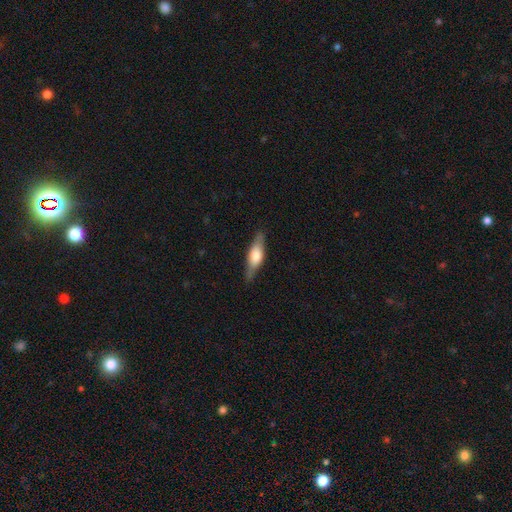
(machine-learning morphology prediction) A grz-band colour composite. It shows a smooth galaxy with no disk features (48%). Merging: none (82%).